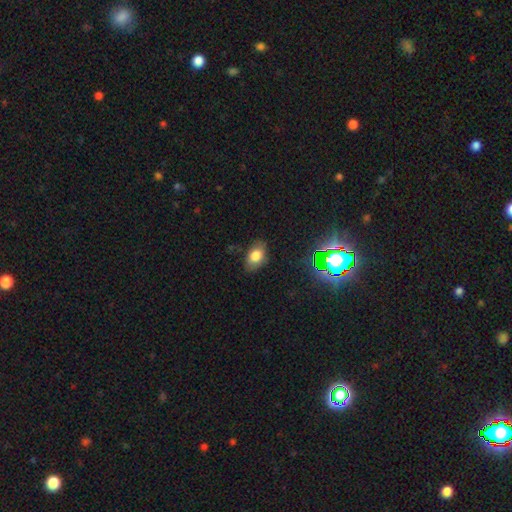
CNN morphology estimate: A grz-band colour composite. It shows a smooth galaxy with no disk features (76%) that is in between round and cigar-shaped (87%). Merging: none (78%).